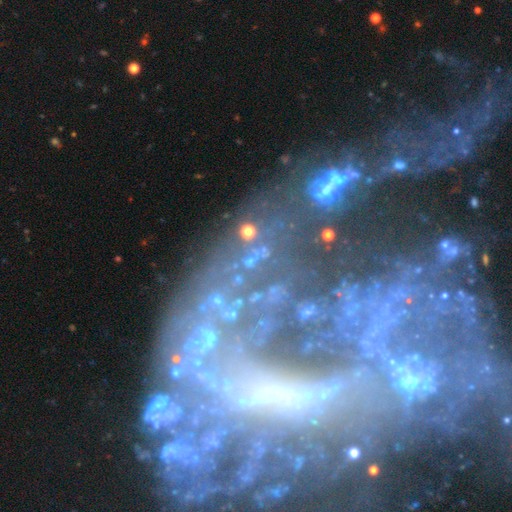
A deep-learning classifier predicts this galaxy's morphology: Smooth or featured? Predicted: featured or disk (p=0.50). Merging? Predicted: none (p=0.48).